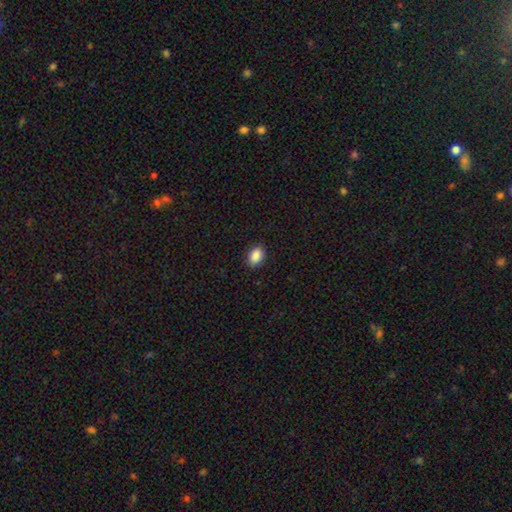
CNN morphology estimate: The model was most divided on "how rounded": in between: 83%, round: 15%, cigar-shaped: 1%. More confident: merging — none (89%); smooth or featured — smooth (89%).